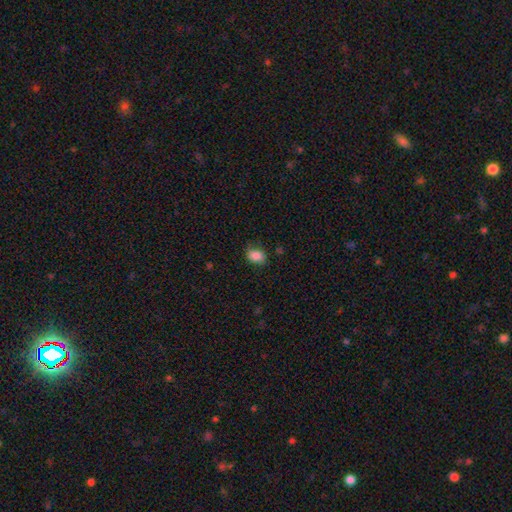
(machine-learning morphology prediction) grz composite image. It shows a smooth galaxy with no disk features (87%) that is in between round and cigar-shaped (75%). Merging: none (80%).